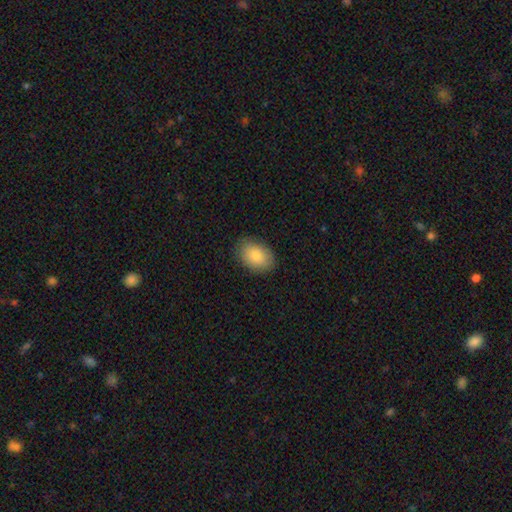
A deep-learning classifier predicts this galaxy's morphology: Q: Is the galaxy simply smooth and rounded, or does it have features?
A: smooth — 84%.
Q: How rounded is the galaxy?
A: in between — 84%.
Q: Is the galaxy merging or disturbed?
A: none — 86%.